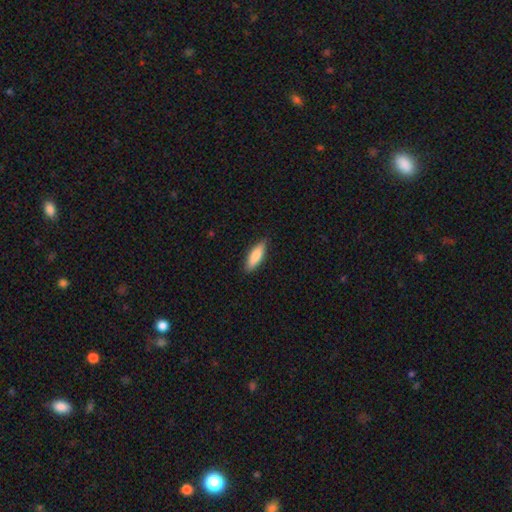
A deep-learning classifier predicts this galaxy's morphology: Smooth or featured: smooth — 79% (featured or disk — 16%)
How rounded: cigar-shaped — 50% (in between — 48%)
Merging: none — 87% (minor disturbance — 10%)